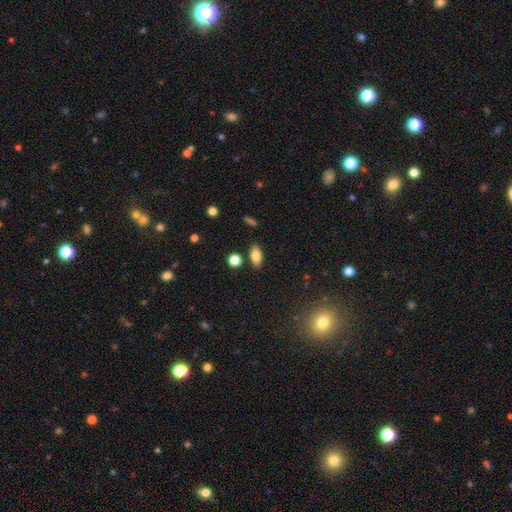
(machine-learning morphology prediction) Smooth or featured?
  - smooth: 81% *
  - featured or disk: 10%
  - star or artifact: 9%
How rounded?
  - in between: 88% *
  - round: 7%
  - cigar-shaped: 6%
Merging?
  - none: 83% *
  - minor disturbance: 10%
  - merger: 4%
  - major disturbance: 2%